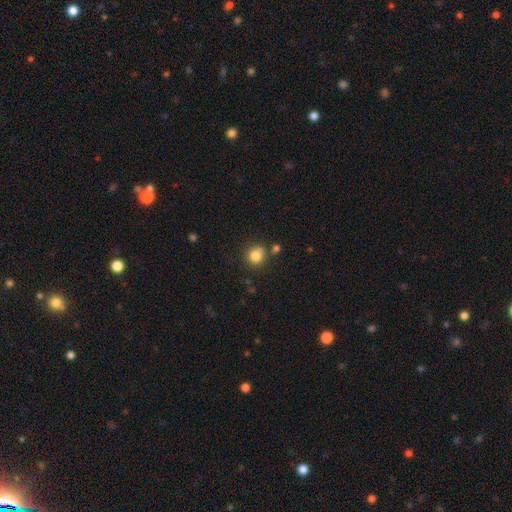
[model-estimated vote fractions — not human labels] The model was most divided on "merging": none: 74%, minor disturbance: 13%, merger: 9%, major disturbance: 4%. More confident: how rounded — round (84%); smooth or featured — smooth (82%).